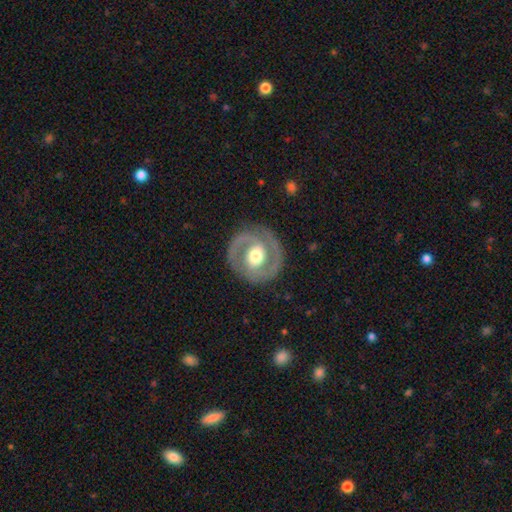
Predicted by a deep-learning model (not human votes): A featured or disk galaxy (80%) with no bar (48%), 2 (87%) tight (47%) spiral arms (82%) and a moderate central bulge (68%). Merging: none (86%).